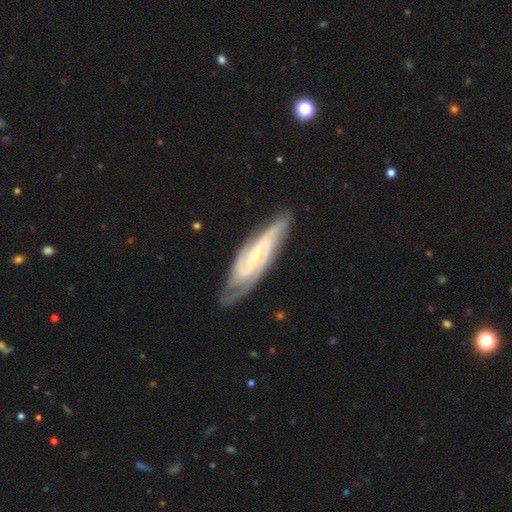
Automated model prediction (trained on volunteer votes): smooth_or_featured: featured or disk (p=0.86) [alt: smooth p=0.09]
disk_edge_on: no (p=0.85) [alt: yes p=0.15]
bar: no (p=0.41) [alt: weak p=0.38]
has_spiral_arms: yes (p=0.97) [alt: no p=0.03]
spiral_winding: tight (p=0.57) [alt: medium p=0.36]
spiral_arm_count: 2 (p=0.37) [alt: 3 p=0.25]
bulge_size: small (p=0.75) [alt: moderate p=0.19]
merging: none (p=0.76) [alt: minor disturbance p=0.18]